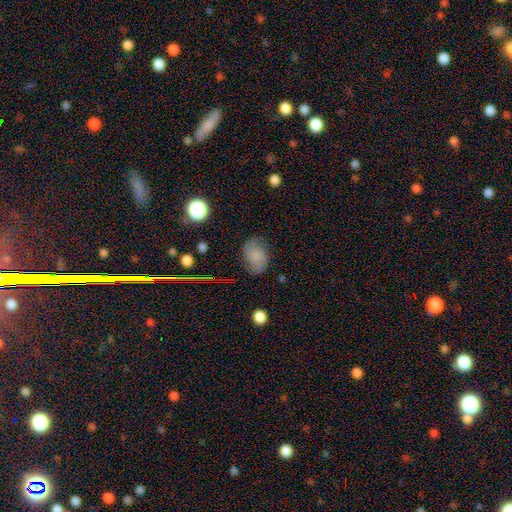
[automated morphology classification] Smooth or featured? Predicted: smooth (p=0.56). How rounded? Predicted: in between (p=0.77). Merging? Predicted: none (p=0.72).